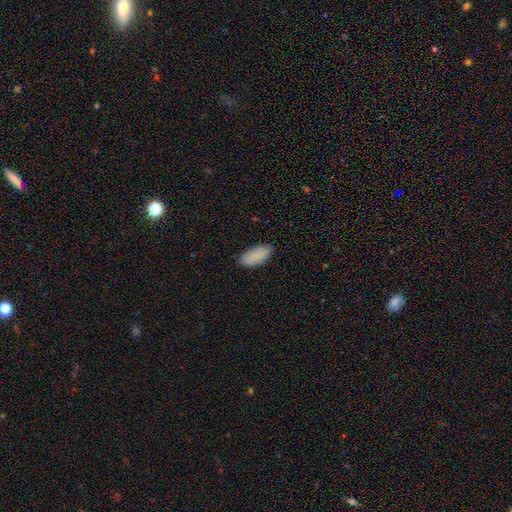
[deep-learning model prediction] This is clearly a smooth galaxy (89%). How rounded: clearly in between (89%). Merging: clearly none (85%).